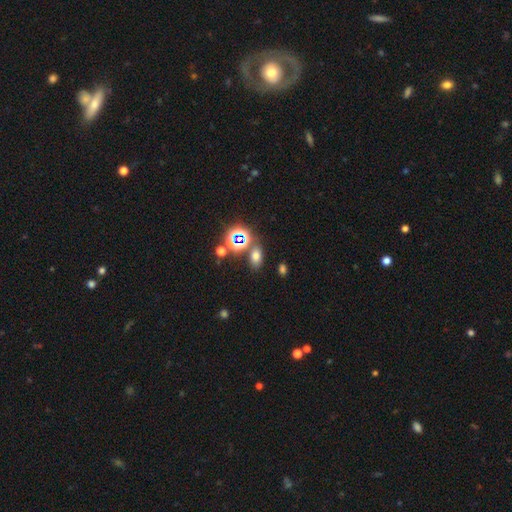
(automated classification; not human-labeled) This is likely a smooth galaxy (61%). How rounded: likely in between (79%). Merging: likely none (76%).